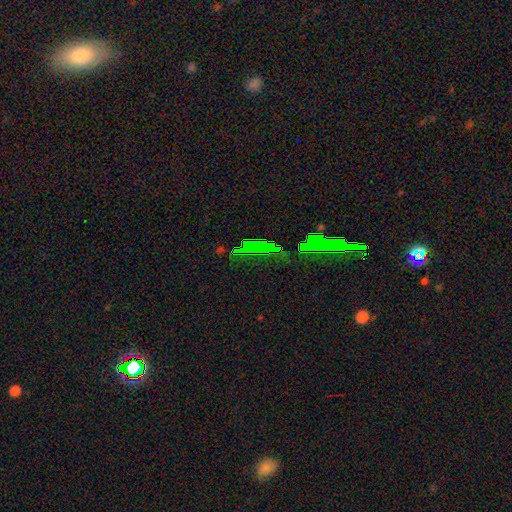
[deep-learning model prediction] This is likely a star or artifact rather than a galaxy (64%).